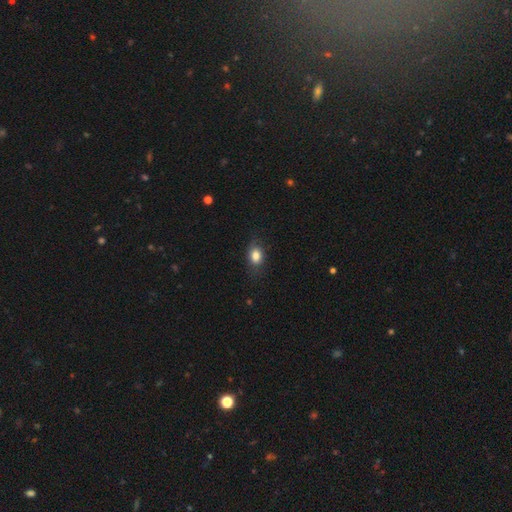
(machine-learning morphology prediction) smooth_or_featured: smooth (p=0.83) [alt: star or artifact p=0.09]
how_rounded: in between (p=0.68) [alt: round p=0.31]
merging: none (p=0.77) [alt: minor disturbance p=0.18]